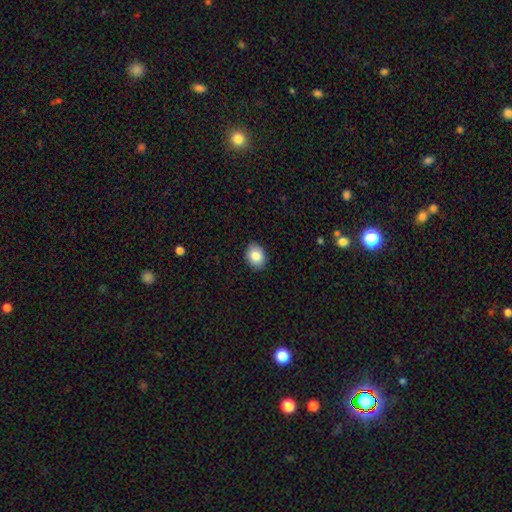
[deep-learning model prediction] Overall: smooth (84%). How rounded: in between (64%; round 35%). Merging: none (88%).